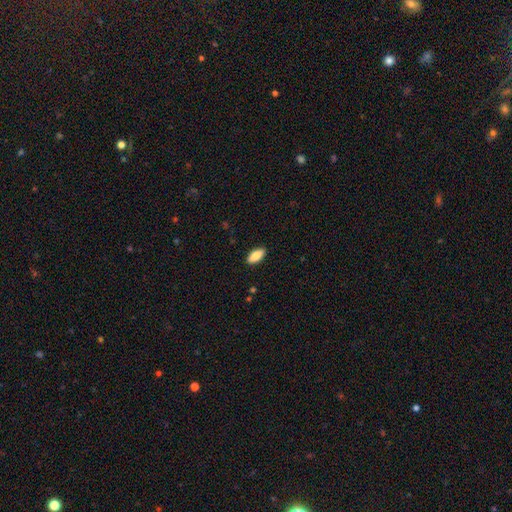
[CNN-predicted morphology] A smooth galaxy with no disk features (81%) that is in between round and cigar-shaped (87%).

Vote fractions:
- Smooth or featured? smooth: 81% / featured or disk: 13% / star or artifact: 6%
- How rounded? in between: 87% / cigar-shaped: 11% / round: 2%
- Merging? none: 89% / minor disturbance: 8% / major disturbance: 2% / merger: 1%